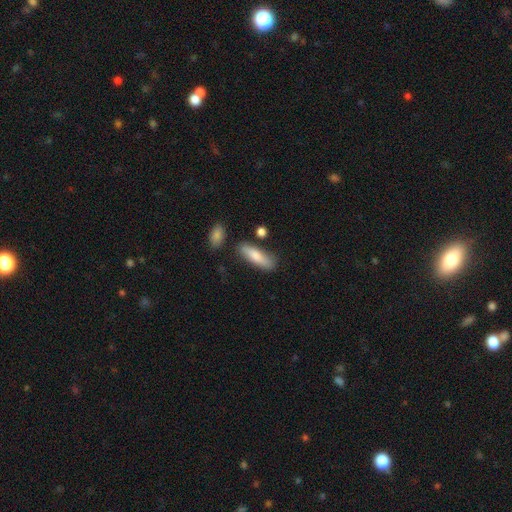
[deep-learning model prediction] The model was most divided on "how rounded": cigar-shaped: 51%, in between: 47%, round: 2%. More confident: smooth or featured — smooth (78%); merging — none (76%).